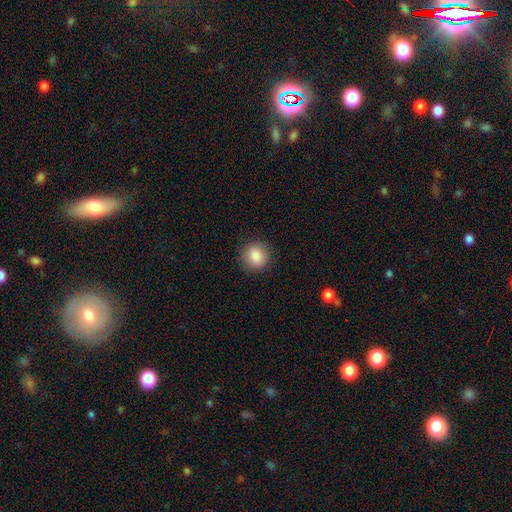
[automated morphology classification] Q: Smooth or featured?
A: smooth (86%); runner-up: star or artifact (8%)
Q: How rounded?
A: round (90%); runner-up: in between (9%)
Q: Merging?
A: none (89%); runner-up: minor disturbance (8%)